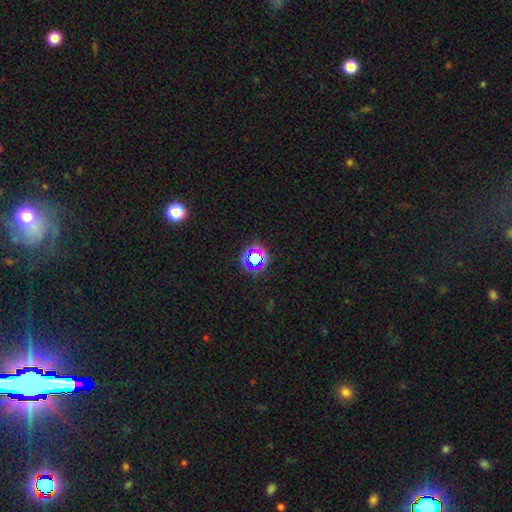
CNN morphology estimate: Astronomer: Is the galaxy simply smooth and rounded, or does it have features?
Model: star or artifact — 65%.